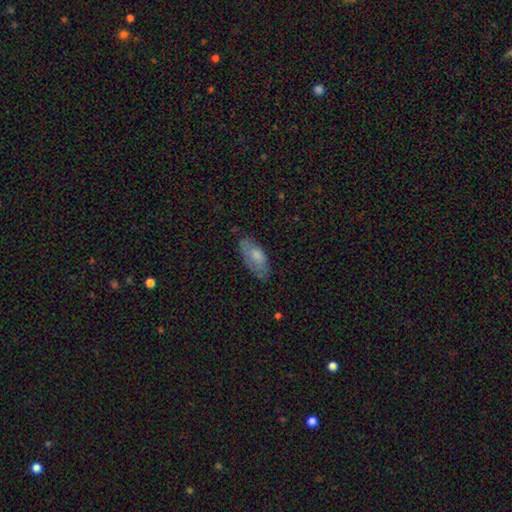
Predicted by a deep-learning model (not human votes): smooth_or_featured: smooth (p=0.70) [alt: featured or disk p=0.23]
how_rounded: in between (p=0.84) [alt: cigar-shaped p=0.14]
merging: none (p=0.65) [alt: minor disturbance p=0.26]